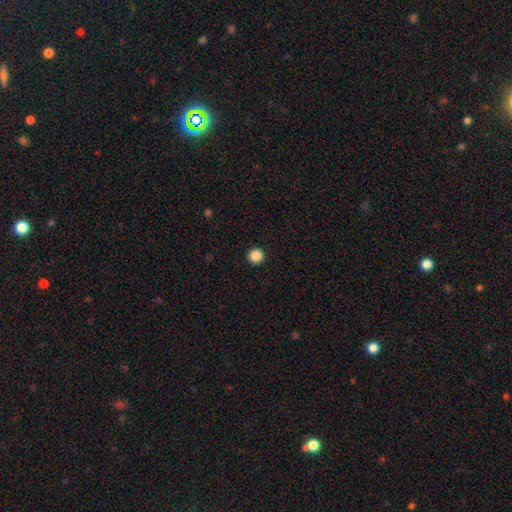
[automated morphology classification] Overall: smooth (87%). How rounded: round (96%). Merging: none (94%).